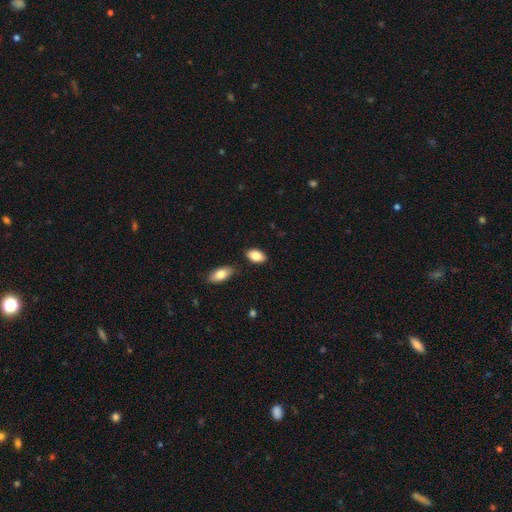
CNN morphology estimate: A smooth galaxy with no disk features (84%) that is in between round and cigar-shaped (93%).

Vote fractions:
- Smooth or featured? smooth: 84% / featured or disk: 9% / star or artifact: 7%
- How rounded? in between: 93% / round: 5% / cigar-shaped: 2%
- Merging? none: 84% / minor disturbance: 10% / merger: 4% / major disturbance: 2%